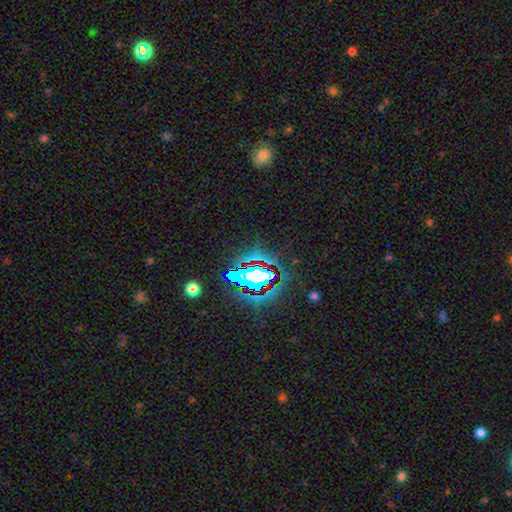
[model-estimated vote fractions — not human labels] Smooth or featured: star or artifact — 81% (smooth — 10%)